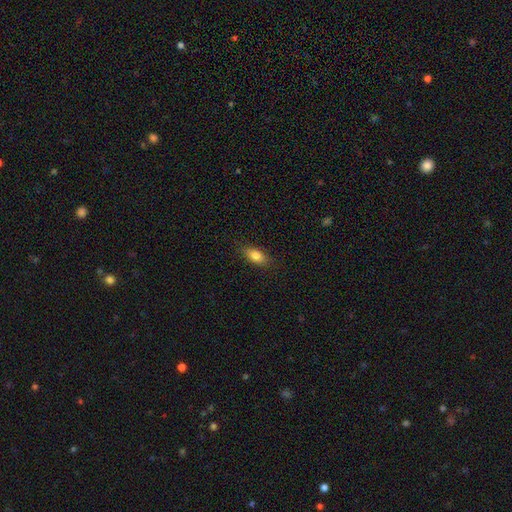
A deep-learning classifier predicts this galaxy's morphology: Smooth or featured? smooth (80%)
How rounded? in between (84%)
Merging? none (85%)